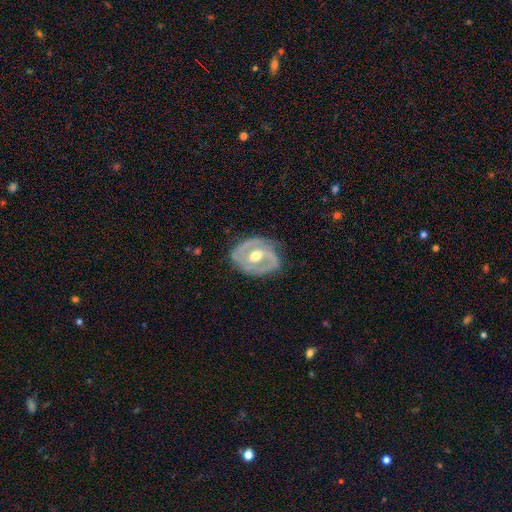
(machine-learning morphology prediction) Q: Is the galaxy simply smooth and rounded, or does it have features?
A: featured or disk — 84%.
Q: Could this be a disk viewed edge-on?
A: no — 96%.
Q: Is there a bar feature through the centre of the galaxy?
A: weak — 40%.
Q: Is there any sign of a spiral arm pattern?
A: yes — 79%.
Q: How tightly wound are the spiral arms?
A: tight — 47%.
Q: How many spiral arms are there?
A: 2 — 73%.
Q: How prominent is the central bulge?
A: moderate — 76%.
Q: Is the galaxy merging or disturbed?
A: none — 74%.